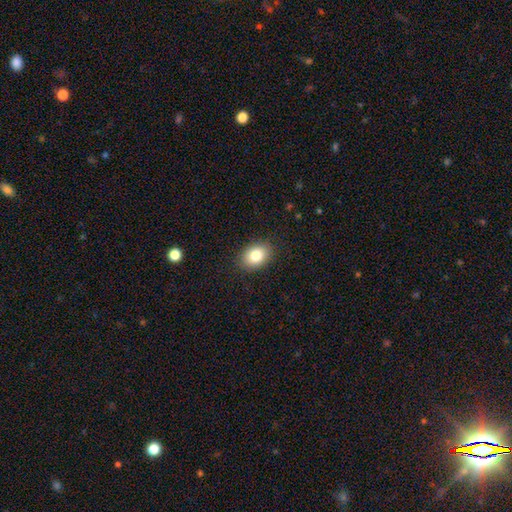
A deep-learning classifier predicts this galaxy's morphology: Smooth or featured: smooth — 83% (star or artifact — 9%)
How rounded: in between — 74% (round — 25%)
Merging: none — 88% (minor disturbance — 9%)